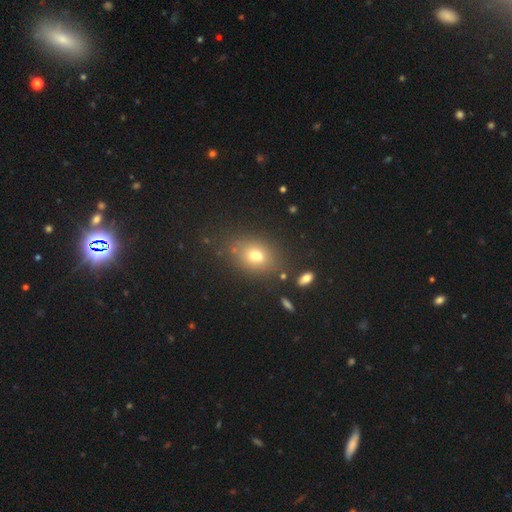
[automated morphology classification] Smooth or featured? Predicted: smooth (p=0.69). How rounded? Predicted: in between (p=0.67). Merging? Predicted: none (p=0.64).